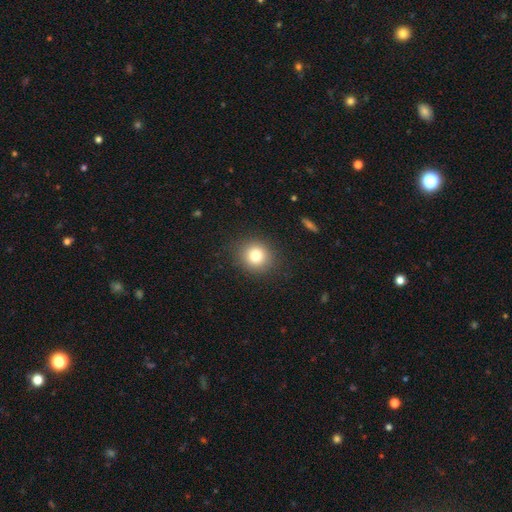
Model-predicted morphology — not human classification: A smooth galaxy with no disk features (79%) that is round (88%).

Vote fractions:
- Smooth or featured? smooth: 79% / star or artifact: 12% / featured or disk: 9%
- How rounded? round: 88% / in between: 11% / cigar-shaped: 1%
- Merging? none: 89% / minor disturbance: 7% / major disturbance: 3% / merger: 1%